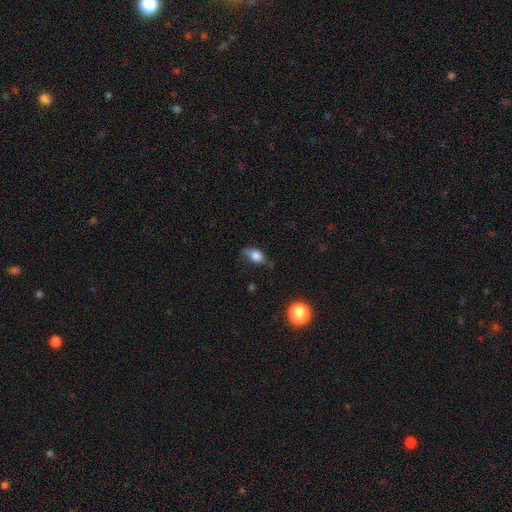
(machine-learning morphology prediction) Smooth or featured? smooth (76%)
How rounded? in between (78%)
Merging? none (52%)